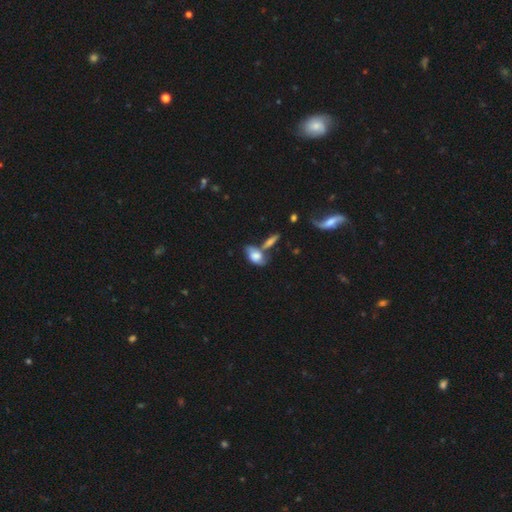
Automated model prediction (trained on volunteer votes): Morphology: type=smooth (62%); roundness=in between (86%); merging=merger (37%).